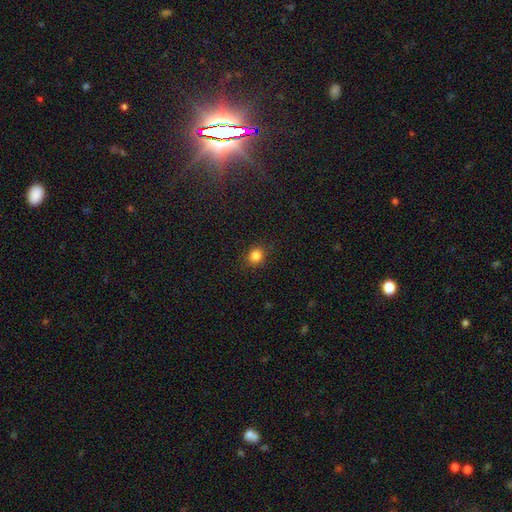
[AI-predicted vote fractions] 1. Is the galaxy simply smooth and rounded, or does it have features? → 83% smooth, 12% star or artifact, 4% featured or disk.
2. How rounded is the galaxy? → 78% round, 21% in between, 1% cigar-shaped.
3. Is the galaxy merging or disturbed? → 88% none, 9% minor disturbance, 3% major disturbance, 1% merger.